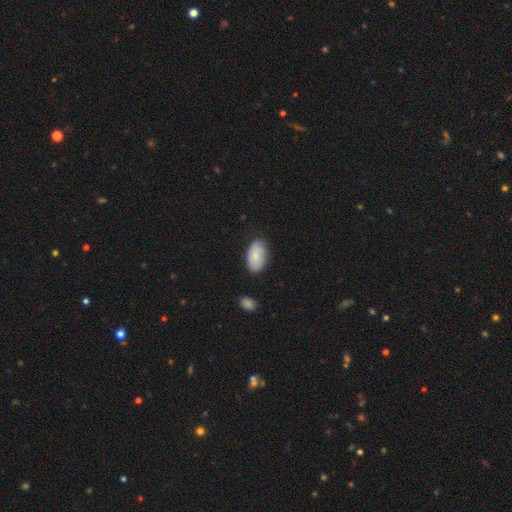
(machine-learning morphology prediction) A smooth galaxy with no disk features (64%) that is in between round and cigar-shaped (93%).

Vote fractions:
- Smooth or featured? smooth: 64% / featured or disk: 29% / star or artifact: 7%
- How rounded? in between: 93% / round: 6% / cigar-shaped: 2%
- Merging? none: 71% / minor disturbance: 22% / major disturbance: 5% / merger: 2%